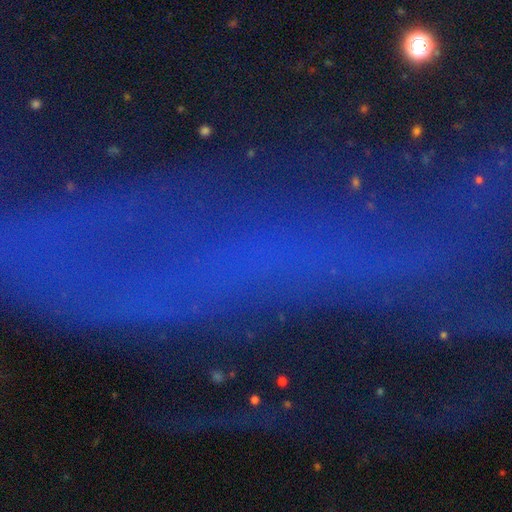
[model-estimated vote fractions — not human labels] Smooth or featured? star or artifact (65%)